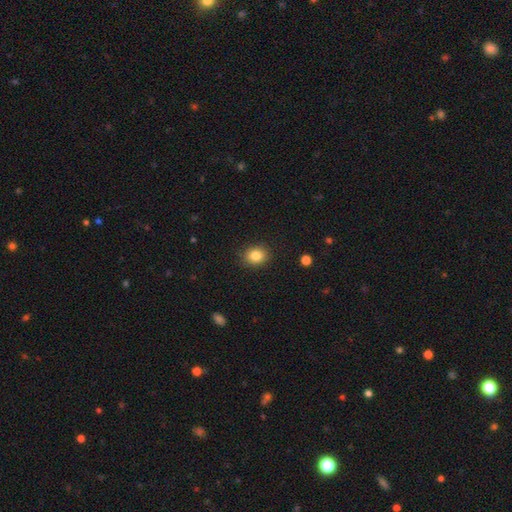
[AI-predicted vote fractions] Morphology: type=smooth (84%); roundness=round (67%); merging=none (88%).